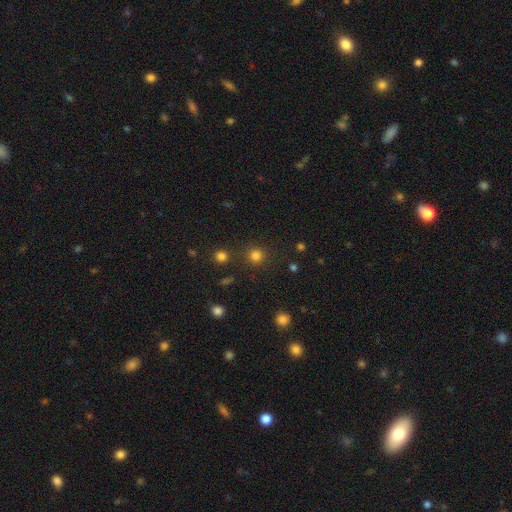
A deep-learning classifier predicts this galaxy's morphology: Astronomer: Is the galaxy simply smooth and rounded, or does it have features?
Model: smooth — 80%.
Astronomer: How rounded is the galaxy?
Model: round — 92%.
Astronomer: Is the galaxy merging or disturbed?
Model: none — 84%.